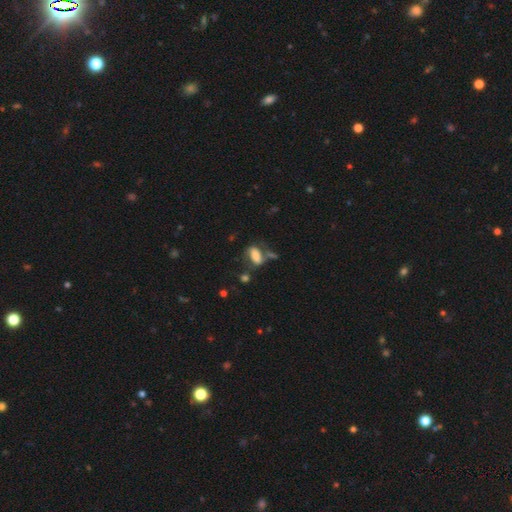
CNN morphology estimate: smooth 63%, featured or disk 27%, star or artifact 11%. Down the decision tree: how rounded — in between (85%); merging — none (42%).